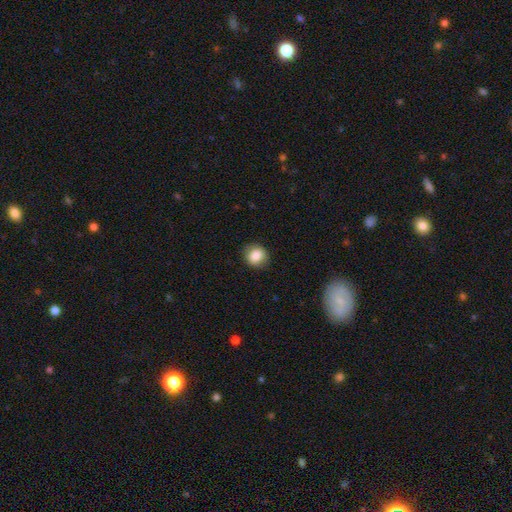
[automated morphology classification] This appears to be a smooth galaxy with no disk features (85%) that is round (80%). Merging: none (83%).